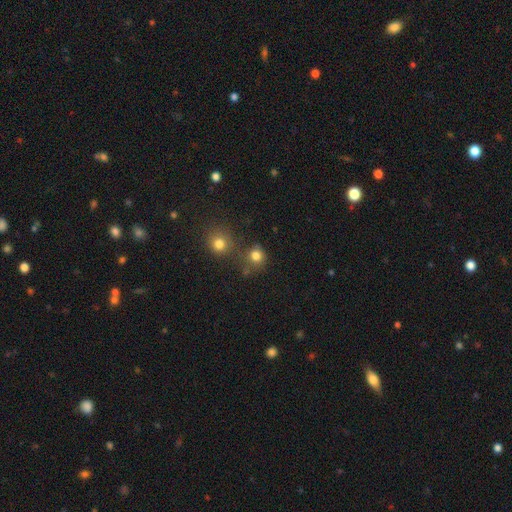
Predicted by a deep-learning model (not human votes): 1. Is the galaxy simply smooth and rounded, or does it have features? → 78% smooth, 15% star or artifact, 6% featured or disk.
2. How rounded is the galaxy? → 87% round, 12% in between, 1% cigar-shaped.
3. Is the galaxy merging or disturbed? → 64% none, 20% merger, 11% minor disturbance, 5% major disturbance.